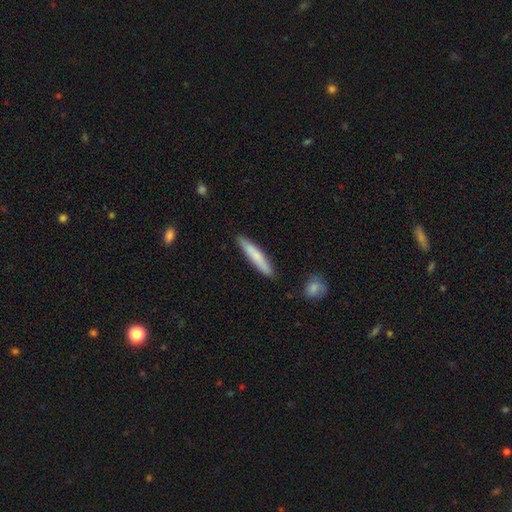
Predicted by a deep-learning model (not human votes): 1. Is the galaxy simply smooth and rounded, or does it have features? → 72% smooth, 22% featured or disk, 5% star or artifact.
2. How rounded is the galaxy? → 92% cigar-shaped, 7% in between, 1% round.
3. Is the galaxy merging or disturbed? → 87% none, 9% minor disturbance, 2% merger, 2% major disturbance.